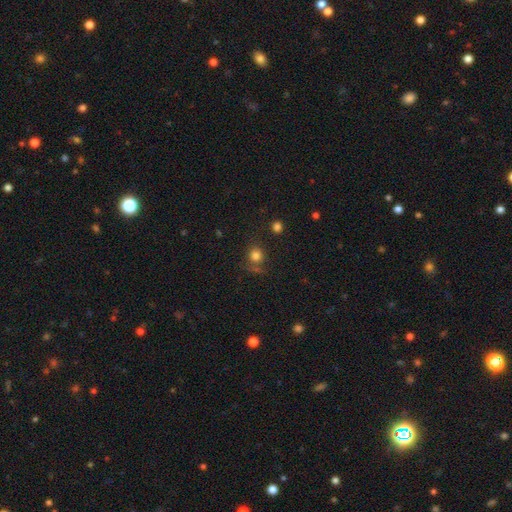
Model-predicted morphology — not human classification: Overall: smooth (79%). How rounded: round (87%). Merging: none (69%).